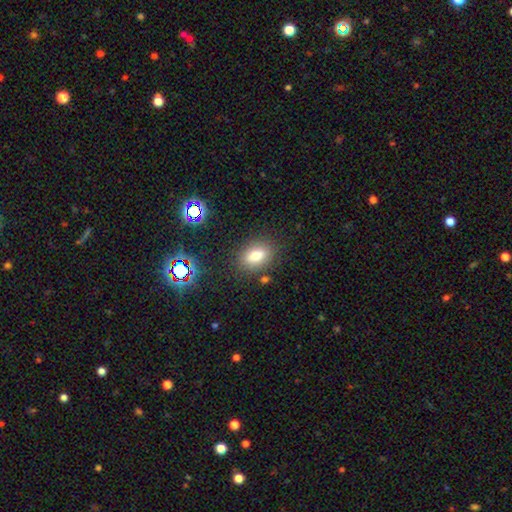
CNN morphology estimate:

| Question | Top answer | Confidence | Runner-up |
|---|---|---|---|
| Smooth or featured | smooth | 76% | star or artifact (13%) |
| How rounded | in between | 80% | round (16%) |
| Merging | none | 83% | minor disturbance (11%) |